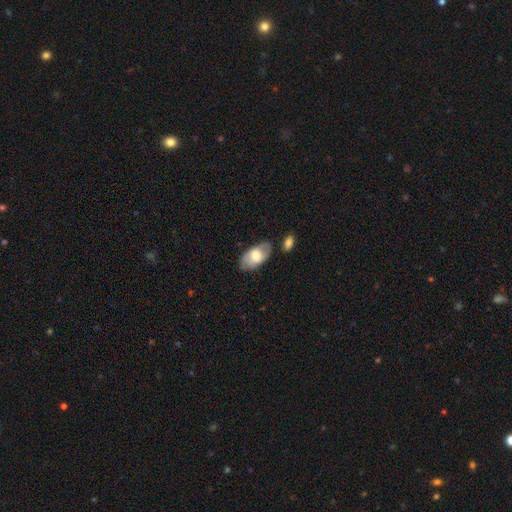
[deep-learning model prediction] A smooth galaxy with no disk features (53%) that is in between round and cigar-shaped (93%).

Vote fractions:
- Smooth or featured? smooth: 53% / featured or disk: 41% / star or artifact: 6%
- How rounded? in between: 93% / round: 4% / cigar-shaped: 3%
- Merging? none: 71% / minor disturbance: 18% / merger: 6% / major disturbance: 5%